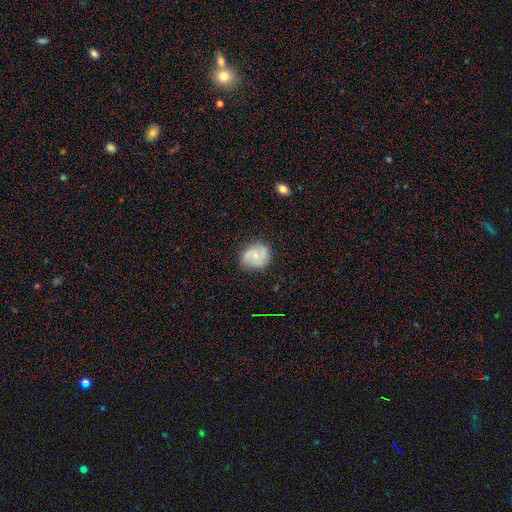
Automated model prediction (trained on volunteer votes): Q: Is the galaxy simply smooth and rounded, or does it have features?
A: smooth — 48%.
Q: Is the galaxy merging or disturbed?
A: none — 74%.